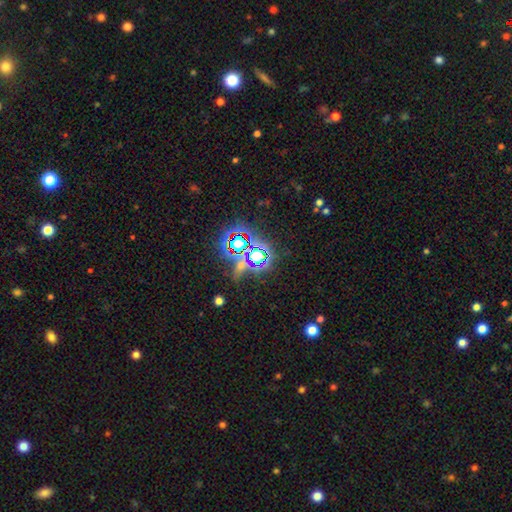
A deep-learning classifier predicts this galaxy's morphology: Smooth or featured?
  - star or artifact: 71% *
  - smooth: 18%
  - featured or disk: 11%